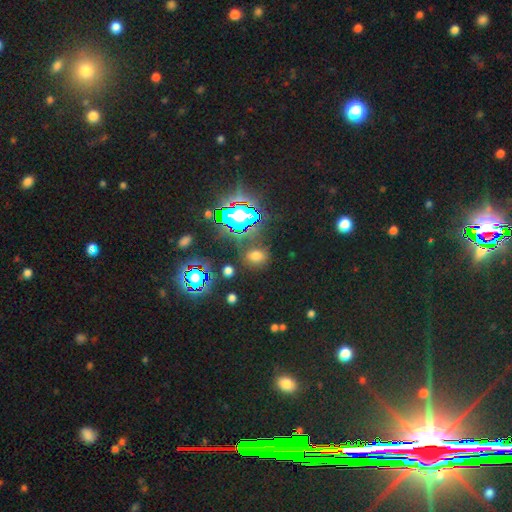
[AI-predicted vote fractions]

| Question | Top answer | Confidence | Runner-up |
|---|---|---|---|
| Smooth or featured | smooth | 54% | star or artifact (38%) |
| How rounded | in between | 54% | round (43%) |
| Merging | none | 81% | minor disturbance (10%) |